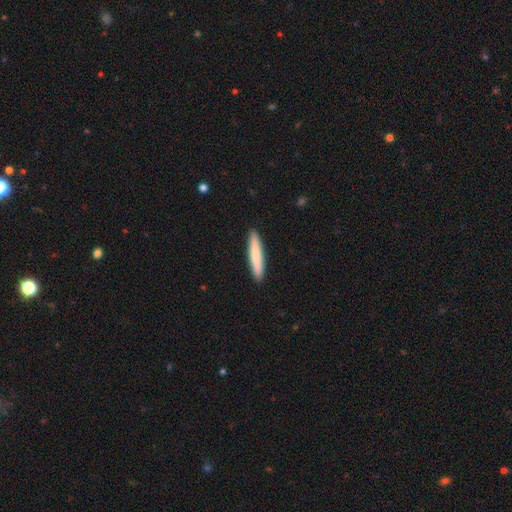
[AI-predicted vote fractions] This is likely a smooth galaxy (79%). How rounded: clearly cigar-shaped (92%). Merging: clearly none (92%).